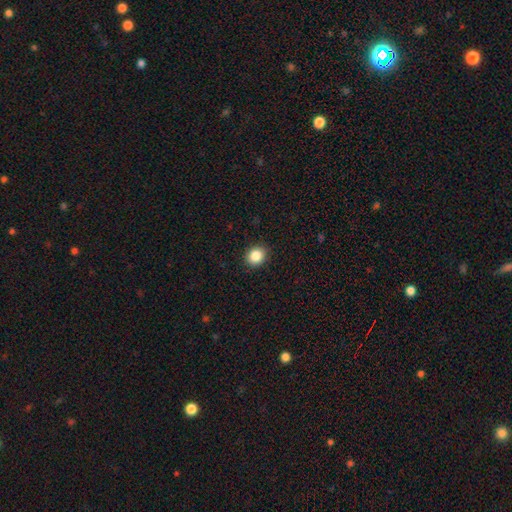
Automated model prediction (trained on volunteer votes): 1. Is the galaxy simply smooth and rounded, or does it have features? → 87% smooth, 9% star or artifact, 4% featured or disk.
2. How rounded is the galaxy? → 76% round, 23% in between, 1% cigar-shaped.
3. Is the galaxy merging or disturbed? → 90% none, 7% minor disturbance, 2% major disturbance, 1% merger.